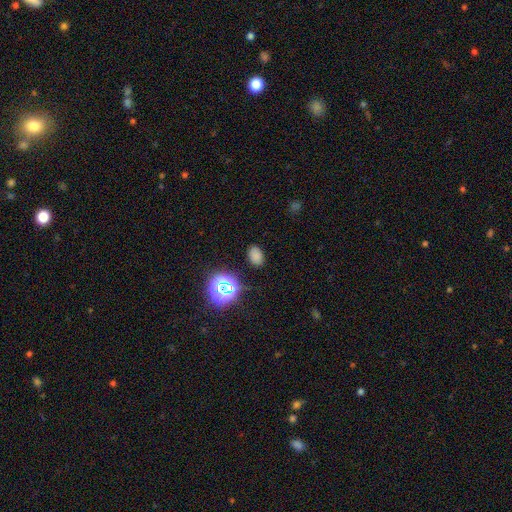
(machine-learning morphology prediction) This is likely a smooth galaxy (73%). How rounded: clearly in between (84%). Merging: clearly none (85%).